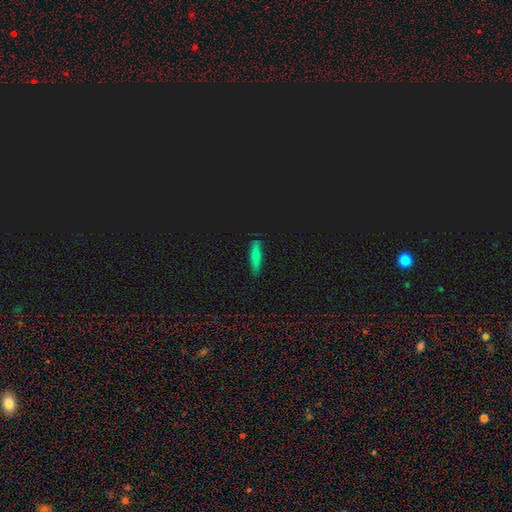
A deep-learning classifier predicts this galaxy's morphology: Overall: smooth (69%). How rounded: cigar-shaped (72%). Merging: none (81%).